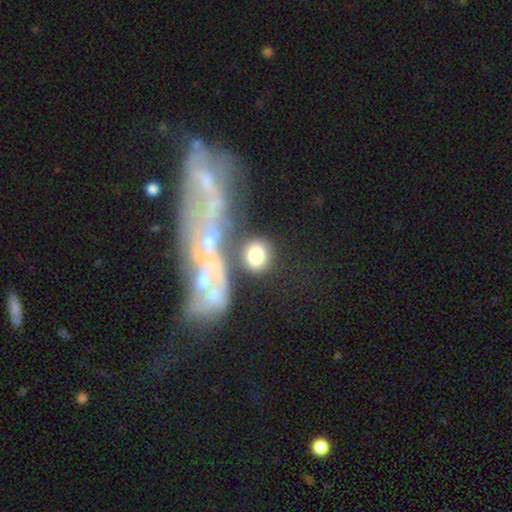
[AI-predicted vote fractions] smooth_or_featured: smooth (p=0.74) [alt: featured or disk p=0.15]
how_rounded: round (p=0.73) [alt: in between p=0.24]
merging: none (p=0.64) [alt: merger p=0.14]